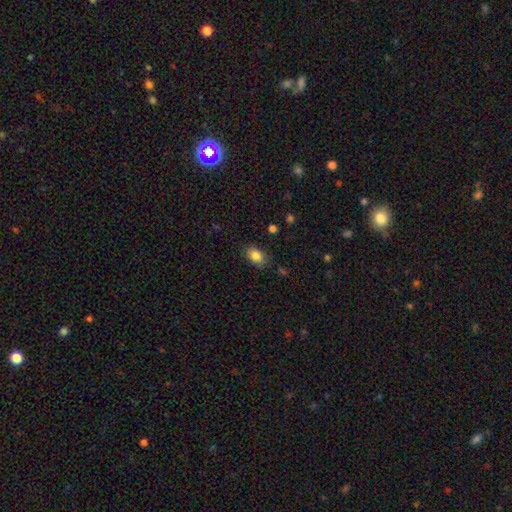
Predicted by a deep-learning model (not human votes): Smooth or featured? smooth (85%)
How rounded? in between (81%)
Merging? none (82%)